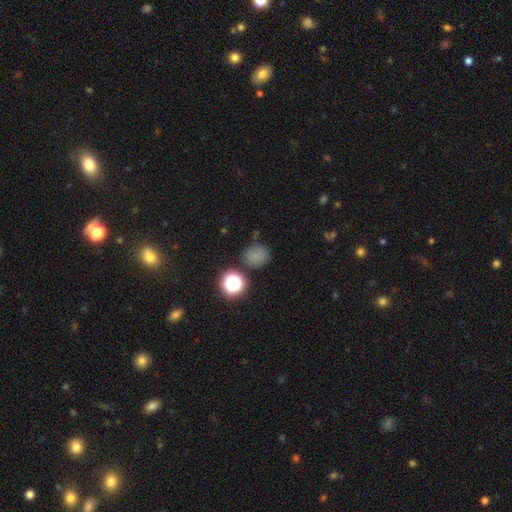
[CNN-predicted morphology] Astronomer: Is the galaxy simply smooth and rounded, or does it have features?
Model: smooth — 73%.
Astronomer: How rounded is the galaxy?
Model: round — 69%.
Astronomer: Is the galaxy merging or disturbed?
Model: none — 75%.